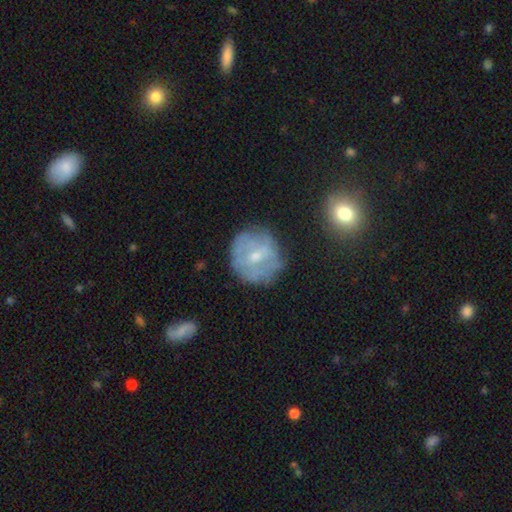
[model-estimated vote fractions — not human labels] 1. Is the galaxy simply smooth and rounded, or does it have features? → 53% featured or disk, 38% smooth, 9% star or artifact.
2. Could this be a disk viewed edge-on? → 96% no, 4% yes.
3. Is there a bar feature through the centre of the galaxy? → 48% no, 43% weak, 9% strong.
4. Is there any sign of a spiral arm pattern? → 58% no, 42% yes.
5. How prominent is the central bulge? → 53% small, 41% moderate, 3% none, 2% large, 1% dominant.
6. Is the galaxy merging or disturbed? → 68% none, 20% minor disturbance, 9% major disturbance, 2% merger.